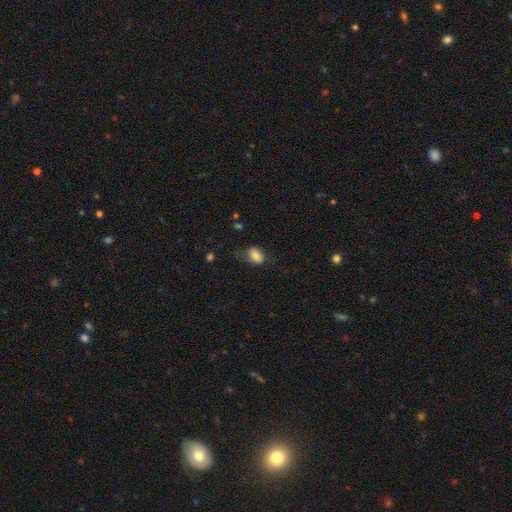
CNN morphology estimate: A smooth galaxy with no disk features (83%) that is in between round and cigar-shaped (80%).

Vote fractions:
- Smooth or featured? smooth: 83% / featured or disk: 9% / star or artifact: 8%
- How rounded? in between: 80% / round: 19% / cigar-shaped: 1%
- Merging? none: 54% / minor disturbance: 29% / major disturbance: 15% / merger: 2%